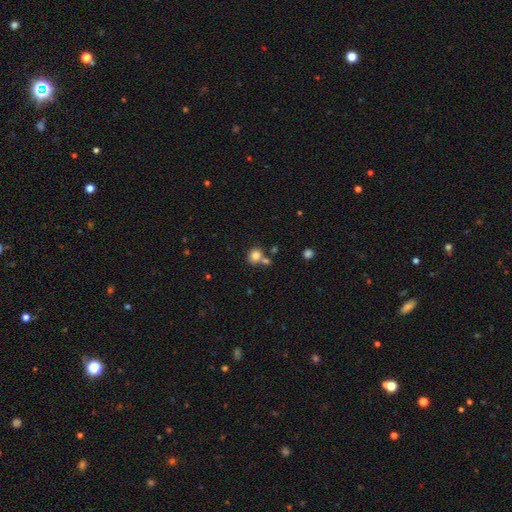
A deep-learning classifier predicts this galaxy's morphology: Smooth or featured? Predicted: smooth (p=0.81). How rounded? Predicted: round (p=0.74). Merging? Predicted: none (p=0.58).